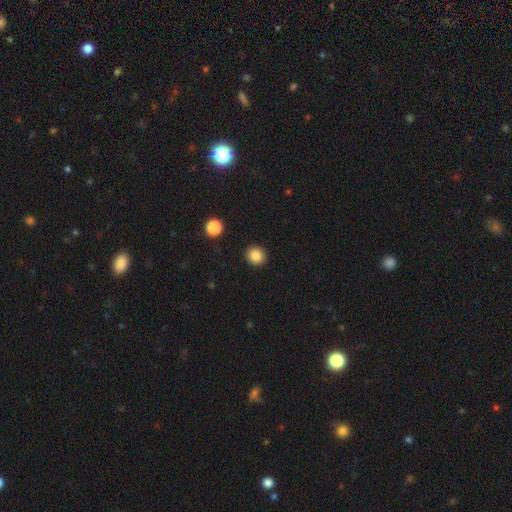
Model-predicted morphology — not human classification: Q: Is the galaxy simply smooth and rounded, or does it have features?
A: smooth — 85%.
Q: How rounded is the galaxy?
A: round — 85%.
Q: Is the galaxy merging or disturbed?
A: none — 92%.